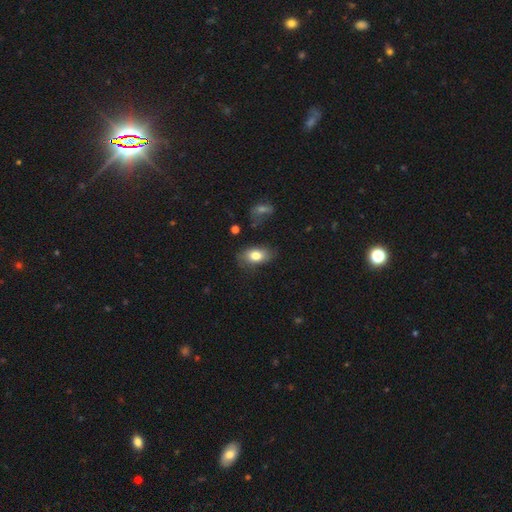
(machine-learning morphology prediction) This appears to be a smooth galaxy with no disk features (78%) that is in between round and cigar-shaped (88%). Merging: none (73%).